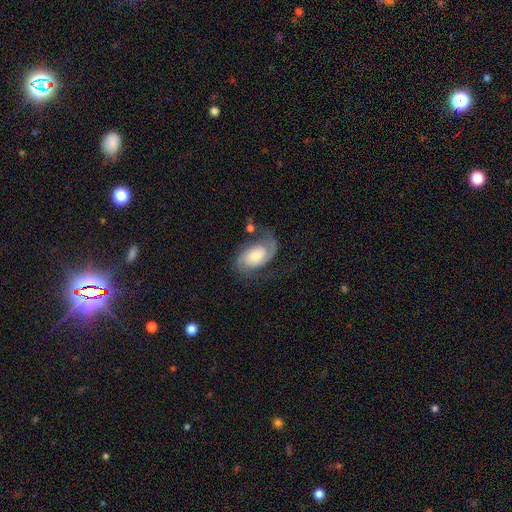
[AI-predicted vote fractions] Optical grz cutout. It shows a featured or disk galaxy (76%) with no bar (68%), 2 (75%) medium (42%) spiral arms (94%) and a moderate central bulge (45%). Merging: none (54%).